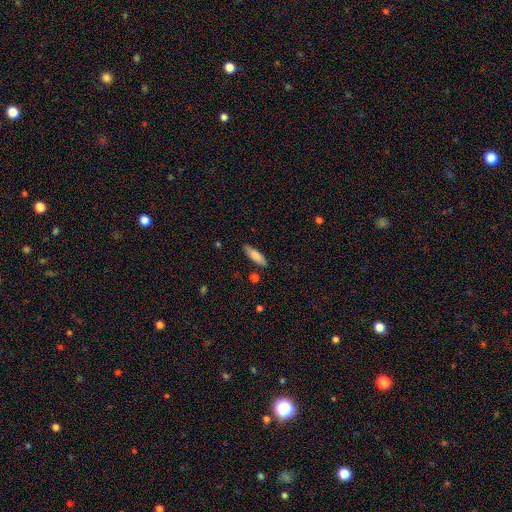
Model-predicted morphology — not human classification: smooth-or-featured: smooth: 79% | featured or disk: 14% | star or artifact: 6%
  how-rounded: cigar-shaped: 50% | in between: 48% | round: 2%
  merging: none: 85% | minor disturbance: 11% | merger: 2% | major disturbance: 2%